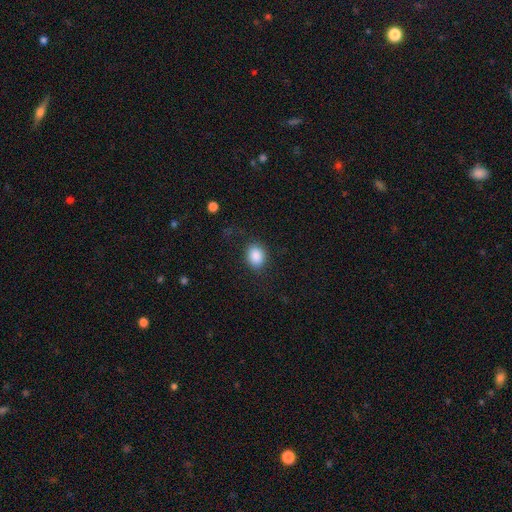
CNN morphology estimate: This appears to be a smooth galaxy with no disk features (87%) that is in between round and cigar-shaped (56%). Merging: none (83%).